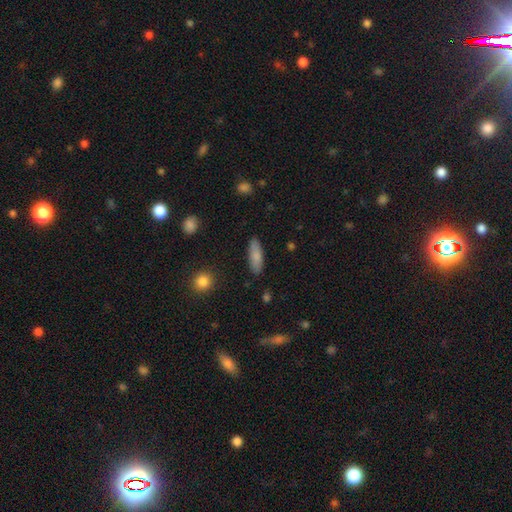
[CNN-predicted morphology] Smooth or featured? Predicted: smooth (p=0.82). How rounded? Predicted: in between (p=0.54). Merging? Predicted: none (p=0.87).